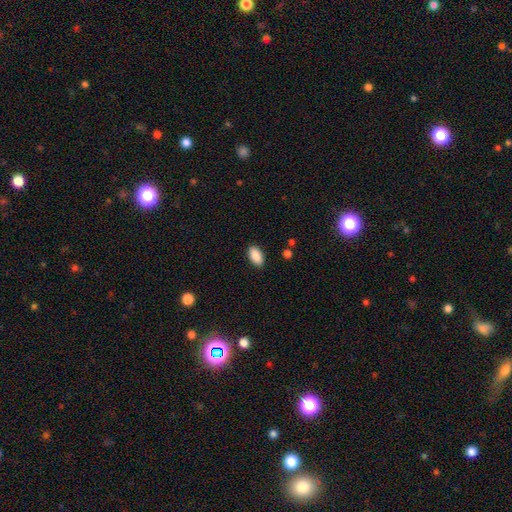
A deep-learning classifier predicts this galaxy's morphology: This is clearly a smooth galaxy (89%). How rounded: clearly in between (93%). Merging: clearly none (88%).